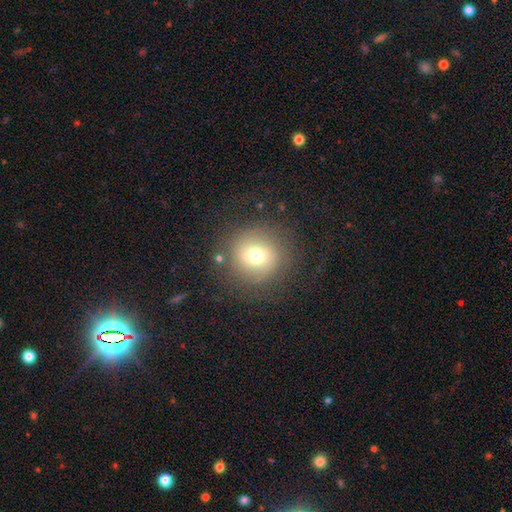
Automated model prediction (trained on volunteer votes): This appears to be a smooth galaxy with no disk features (68%) that is round (93%). Merging: none (80%).